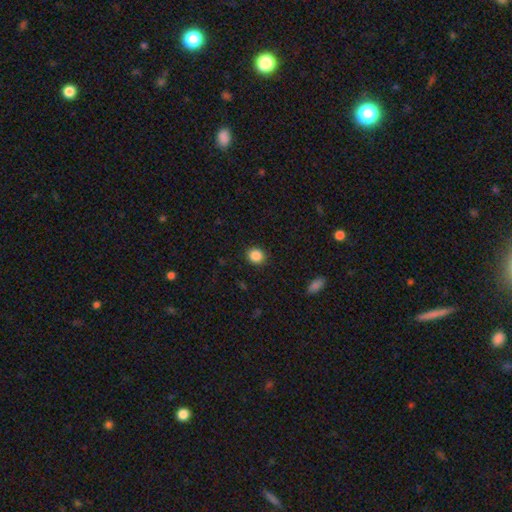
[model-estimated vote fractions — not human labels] Smooth or featured: smooth — 87% (star or artifact — 10%)
How rounded: round — 77% (in between — 23%)
Merging: none — 91% (minor disturbance — 6%)